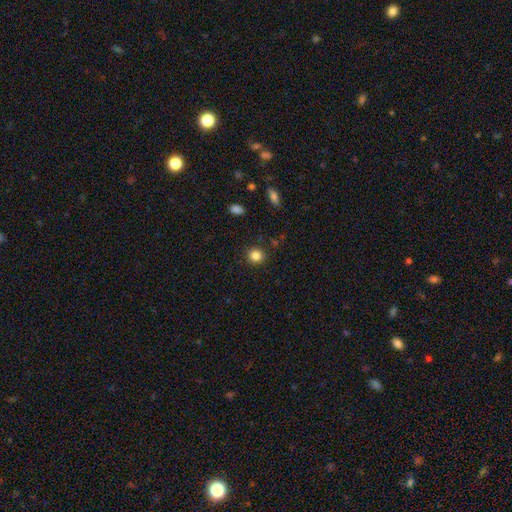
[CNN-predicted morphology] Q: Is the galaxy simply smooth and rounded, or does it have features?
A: smooth — 84%.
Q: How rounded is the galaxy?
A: round — 85%.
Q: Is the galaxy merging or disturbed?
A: none — 89%.